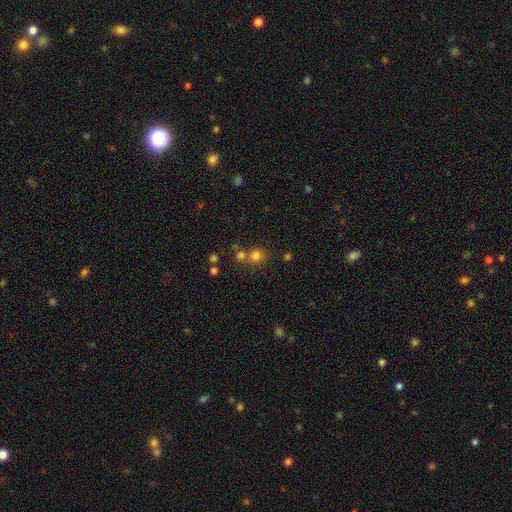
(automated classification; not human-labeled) Overall: smooth (76%). How rounded: round (85%). Merging: none (59%; merger 29%).